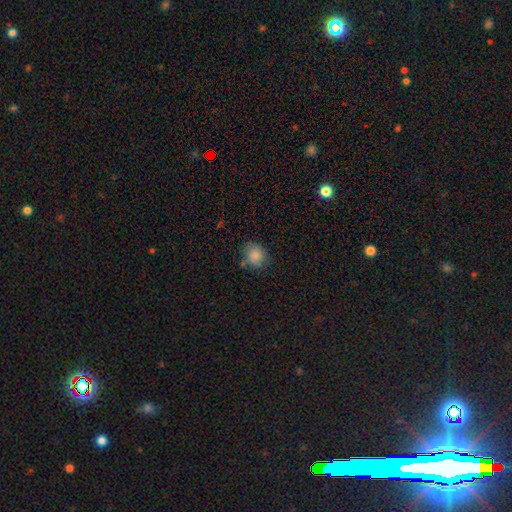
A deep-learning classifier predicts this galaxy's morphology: This is clearly a smooth galaxy (85%). How rounded: likely round (75%). Merging: likely none (72%).